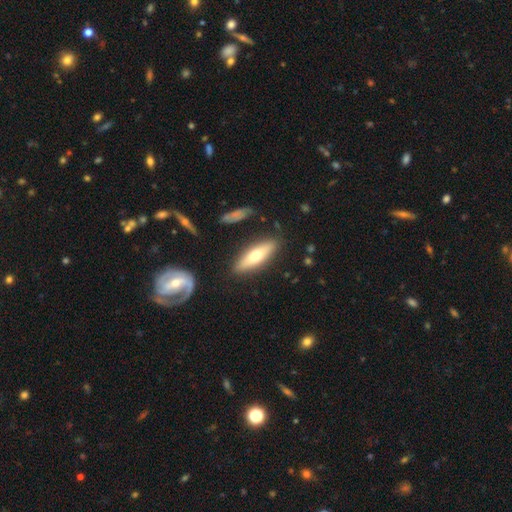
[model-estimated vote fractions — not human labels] Smooth or featured? smooth (58%)
How rounded? cigar-shaped (54%)
Merging? none (83%)